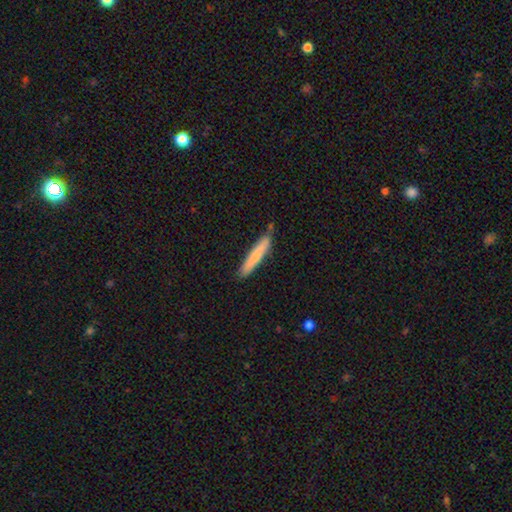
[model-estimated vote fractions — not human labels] Smooth or featured? Predicted: smooth (p=0.71). How rounded? Predicted: cigar-shaped (p=0.94). Merging? Predicted: none (p=0.80).